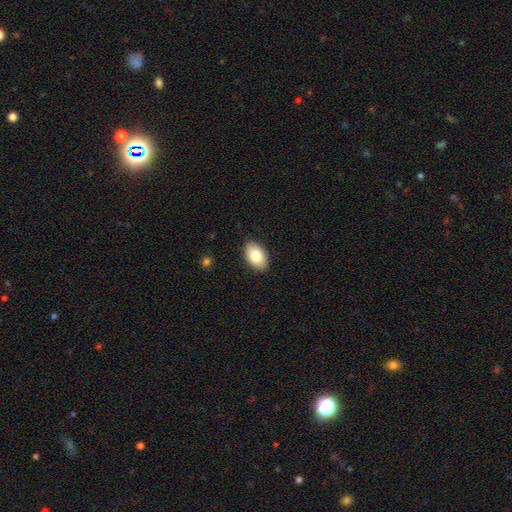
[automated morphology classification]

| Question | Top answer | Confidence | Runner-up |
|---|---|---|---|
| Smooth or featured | smooth | 80% | featured or disk (13%) |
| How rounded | in between | 92% | round (7%) |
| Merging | none | 89% | minor disturbance (8%) |